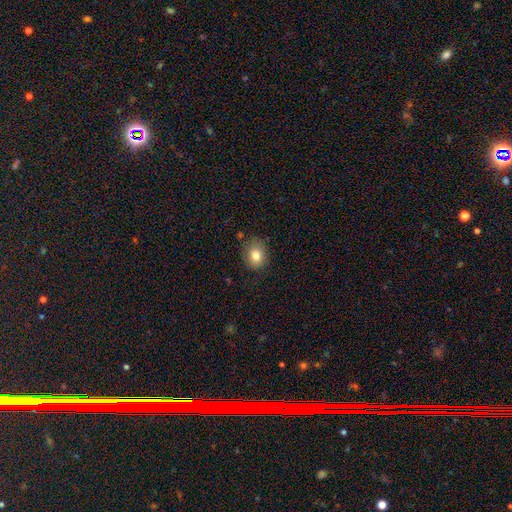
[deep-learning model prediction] Morphology: type=smooth (80%); roundness=round (59%); merging=none (78%).